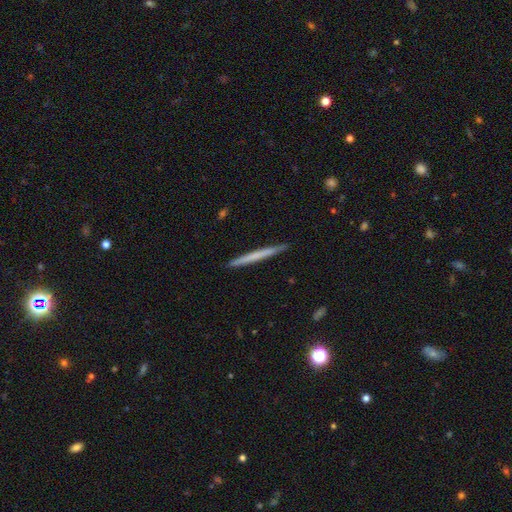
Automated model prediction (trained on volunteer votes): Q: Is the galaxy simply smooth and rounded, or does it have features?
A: smooth — 54%.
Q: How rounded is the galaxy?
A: cigar-shaped — 97%.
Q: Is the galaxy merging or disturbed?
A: none — 92%.